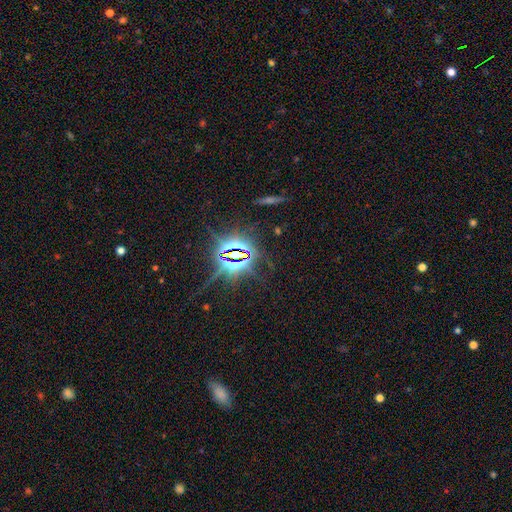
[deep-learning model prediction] Smooth or featured? star or artifact (83%)